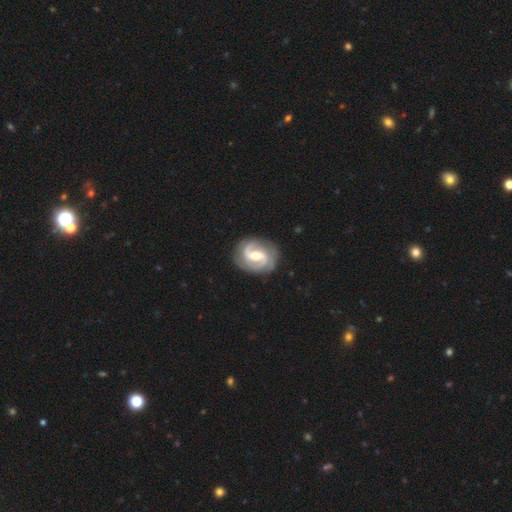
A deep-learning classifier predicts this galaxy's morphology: Smooth or featured?
  - featured or disk: 89% *
  - smooth: 6%
  - star or artifact: 4%
Edge-on disk?
  - no: 98% *
  - yes: 2%
Bar?
  - weak: 49% *
  - strong: 29%
  - no: 22%
Spiral arms?
  - yes: 97% *
  - no: 3%
Spiral winding?
  - medium: 51% *
  - tight: 32%
  - loose: 17%
Spiral arm count?
  - 2: 84% *
  - 3: 7%
  - can't tell: 4%
  - 1: 2%
  - 4: 2%
  - more than 4: 1%
Bulge size?
  - moderate: 64% *
  - small: 27%
  - large: 6%
  - none: 2%
  - dominant: 1%
Merging?
  - none: 84% *
  - minor disturbance: 11%
  - major disturbance: 4%
  - merger: 1%